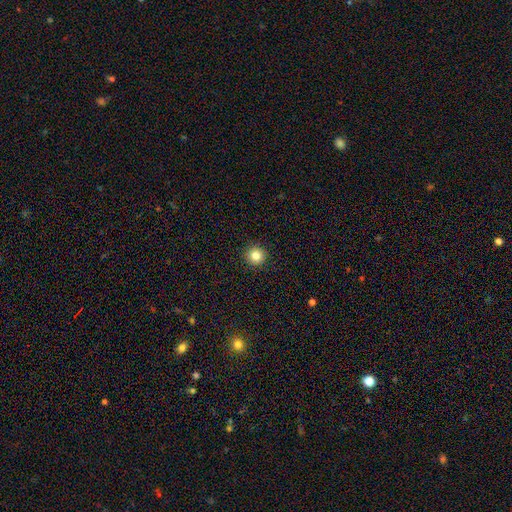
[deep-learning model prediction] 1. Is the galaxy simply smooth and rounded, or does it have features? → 83% smooth, 11% star or artifact, 6% featured or disk.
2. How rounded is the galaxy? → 96% round, 3% in between, 1% cigar-shaped.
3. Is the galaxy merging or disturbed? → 93% none, 4% minor disturbance, 2% major disturbance, 1% merger.